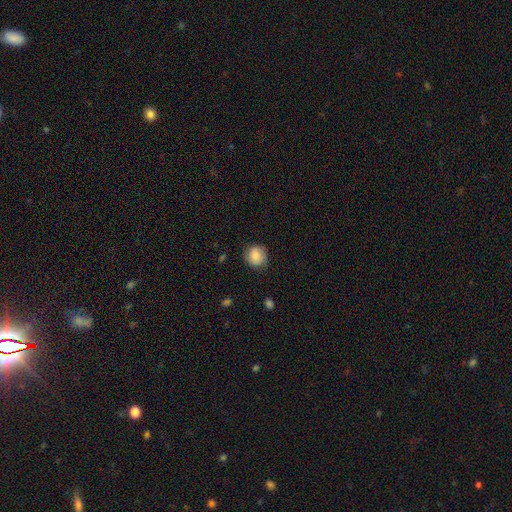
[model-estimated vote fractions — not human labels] Overall: smooth (80%). How rounded: round (85%). Merging: none (75%).